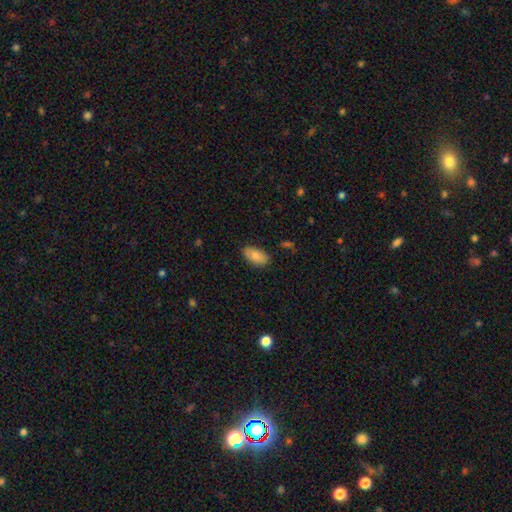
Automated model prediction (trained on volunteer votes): Smooth or featured: smooth — 84% (featured or disk — 10%)
How rounded: in between — 93% (cigar-shaped — 4%)
Merging: none — 83% (minor disturbance — 13%)